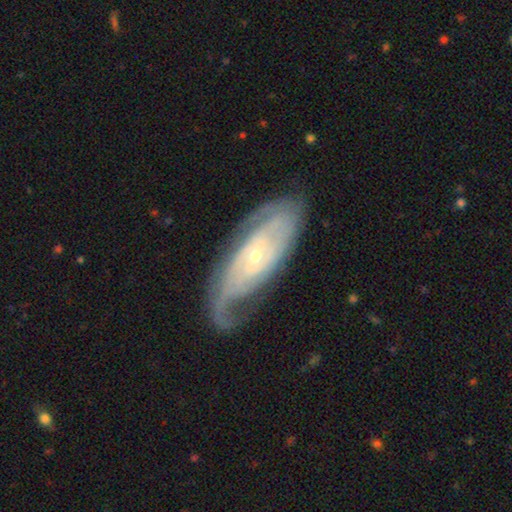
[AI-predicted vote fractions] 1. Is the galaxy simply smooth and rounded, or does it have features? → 86% featured or disk, 9% smooth, 5% star or artifact.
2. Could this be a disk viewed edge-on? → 91% no, 9% yes.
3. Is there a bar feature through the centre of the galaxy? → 46% no, 38% weak, 15% strong.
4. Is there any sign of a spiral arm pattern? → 94% yes, 6% no.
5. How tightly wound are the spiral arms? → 54% tight, 34% medium, 13% loose.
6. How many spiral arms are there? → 46% 2, 29% can't tell, 9% 3, 8% 1, 4% 4, 4% more than 4.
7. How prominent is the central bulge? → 74% small, 22% moderate, 1% large, 1% none, 1% dominant.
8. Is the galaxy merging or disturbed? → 64% none, 20% minor disturbance, 13% major disturbance, 2% merger.